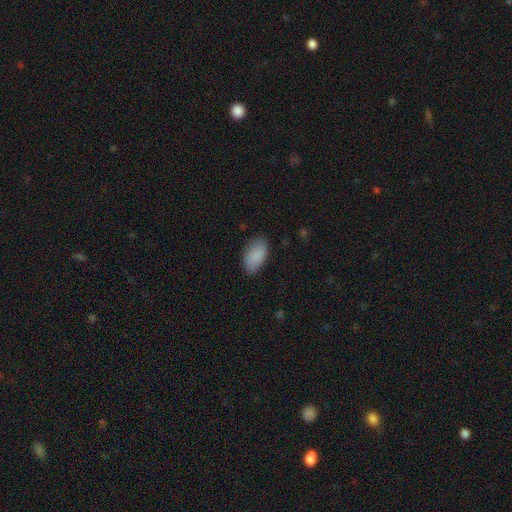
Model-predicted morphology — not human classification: Smooth or featured? Predicted: smooth (p=0.89). How rounded? Predicted: in between (p=0.94). Merging? Predicted: none (p=0.82).